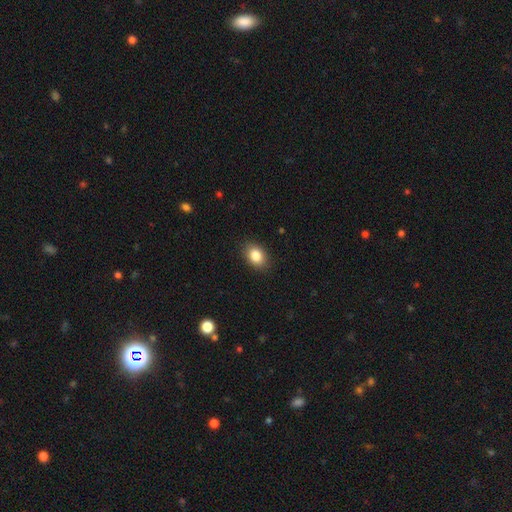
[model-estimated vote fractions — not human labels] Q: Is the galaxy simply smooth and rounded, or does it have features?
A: smooth — 85%.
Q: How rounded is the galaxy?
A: in between — 76%.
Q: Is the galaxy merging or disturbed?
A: none — 88%.